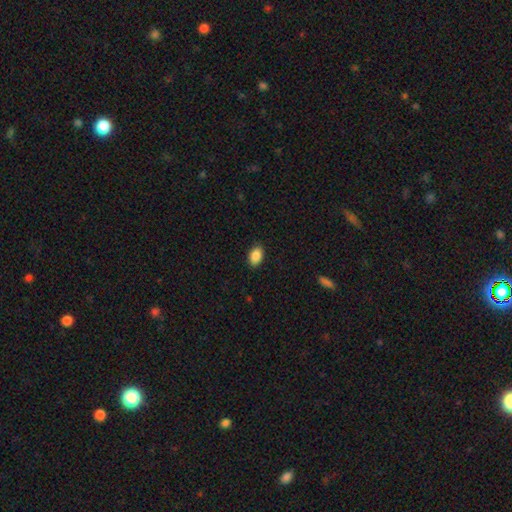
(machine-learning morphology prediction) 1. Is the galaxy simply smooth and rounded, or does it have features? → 88% smooth, 8% star or artifact, 4% featured or disk.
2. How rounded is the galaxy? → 87% in between, 12% round, 1% cigar-shaped.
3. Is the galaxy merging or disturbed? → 89% none, 8% minor disturbance, 2% major disturbance, 1% merger.